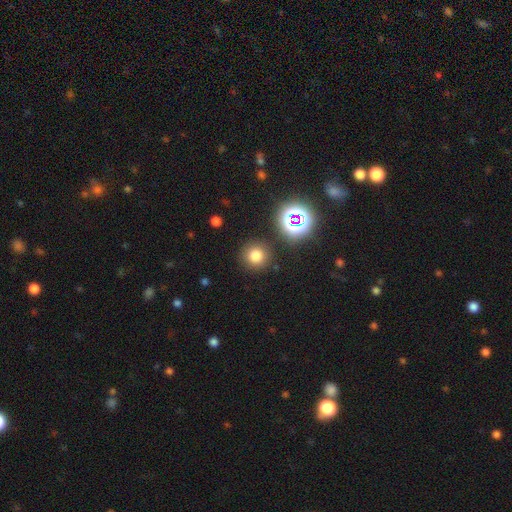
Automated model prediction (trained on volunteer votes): The model was most divided on "smooth or featured": smooth: 74%, star or artifact: 19%, featured or disk: 7%. More confident: how rounded — round (94%); merging — none (87%).